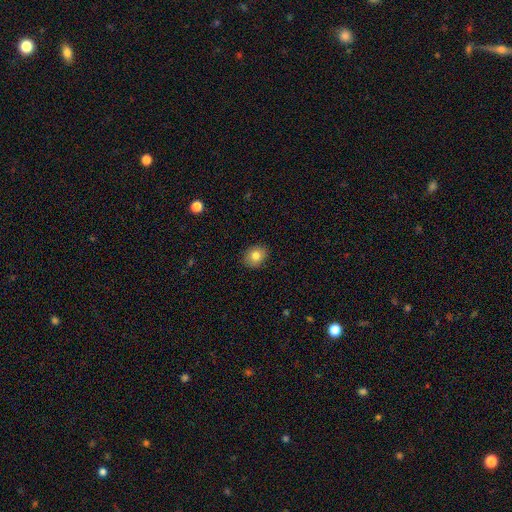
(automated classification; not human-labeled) This is clearly a smooth galaxy (80%). How rounded: possibly round (59%). Merging: clearly none (89%).